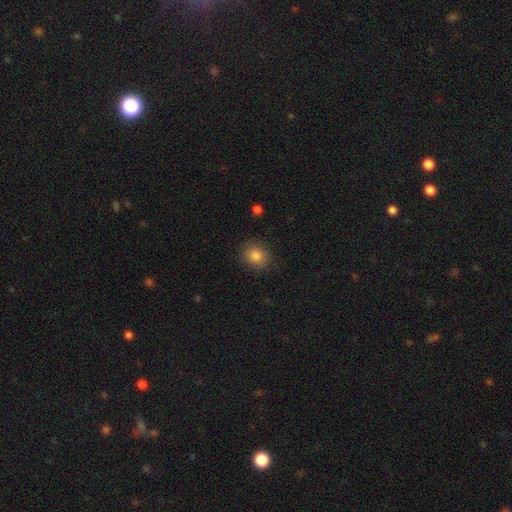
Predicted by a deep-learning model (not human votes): Q: Smooth or featured?
A: smooth (85%); runner-up: star or artifact (10%)
Q: How rounded?
A: round (71%); runner-up: in between (28%)
Q: Merging?
A: none (86%); runner-up: minor disturbance (10%)